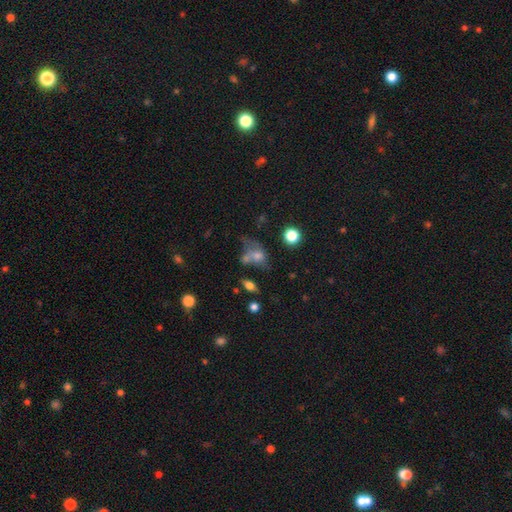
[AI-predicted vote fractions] The model was most divided on "merging": merger: 29%, none: 28%, major disturbance: 25%, minor disturbance: 19%. More confident: how rounded — in between (65%); smooth or featured — smooth (61%).